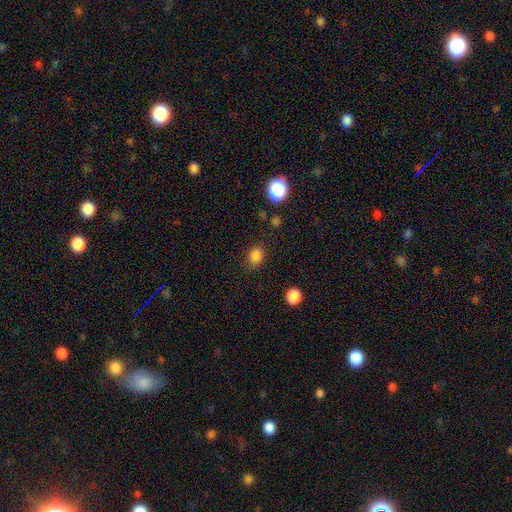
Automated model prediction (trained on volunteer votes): This is clearly a smooth galaxy (84%). How rounded: possibly in between (53%). Merging: clearly none (80%).